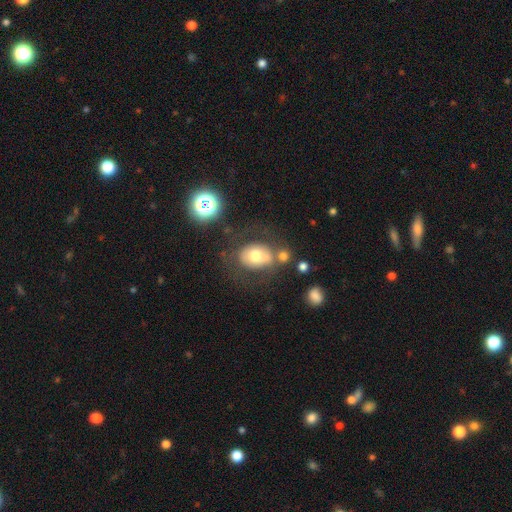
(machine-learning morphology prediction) type=smooth (61%); roundness=in between (61%); merging=none (53%).